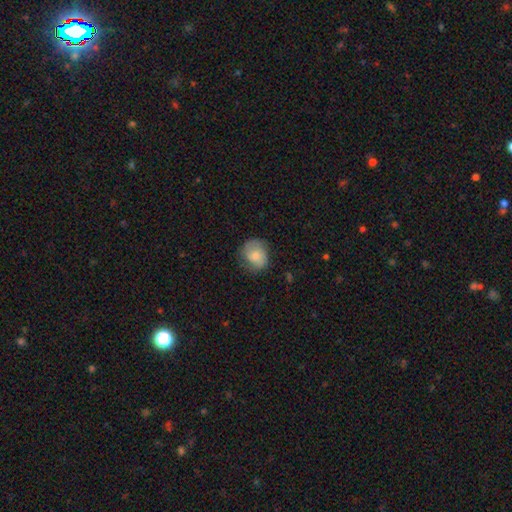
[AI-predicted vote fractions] Smooth or featured: smooth — 57% (featured or disk — 35%)
How rounded: round — 69% (in between — 30%)
Merging: none — 66% (minor disturbance — 24%)